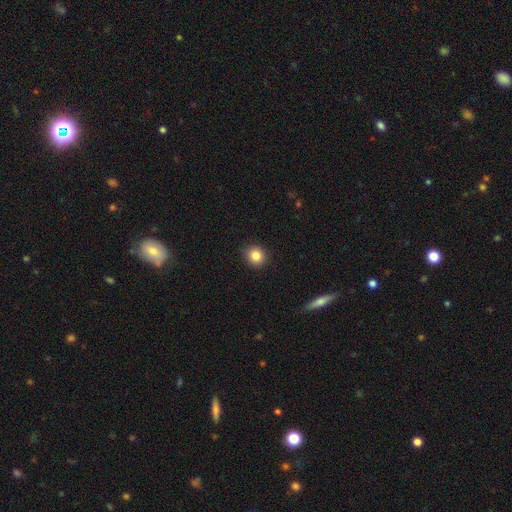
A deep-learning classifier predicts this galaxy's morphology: A smooth galaxy with no disk features (85%) that is round (84%). Merging: none (90%).